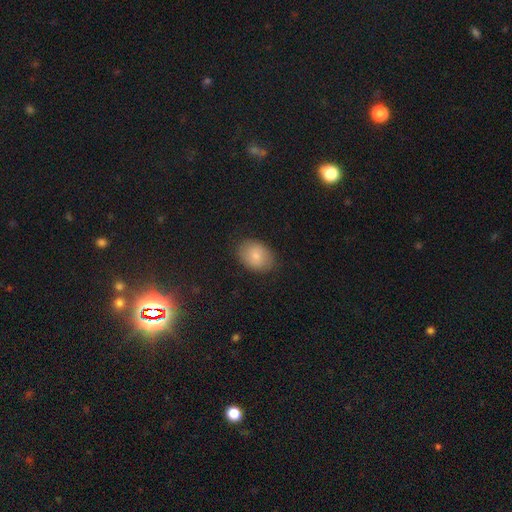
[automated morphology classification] This is likely a smooth galaxy (78%). How rounded: likely in between (73%). Merging: clearly none (83%).